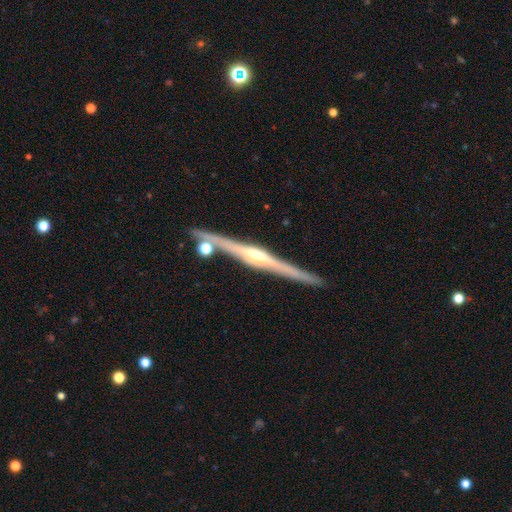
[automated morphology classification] Smooth or featured?
  - featured or disk: 86% *
  - smooth: 8%
  - star or artifact: 5%
Edge-on disk?
  - yes: 98% *
  - no: 2%
Edge-on bulge?
  - rounded: 82% *
  - none: 9%
  - boxy: 9%
Merging?
  - none: 87% *
  - minor disturbance: 7%
  - merger: 4%
  - major disturbance: 2%